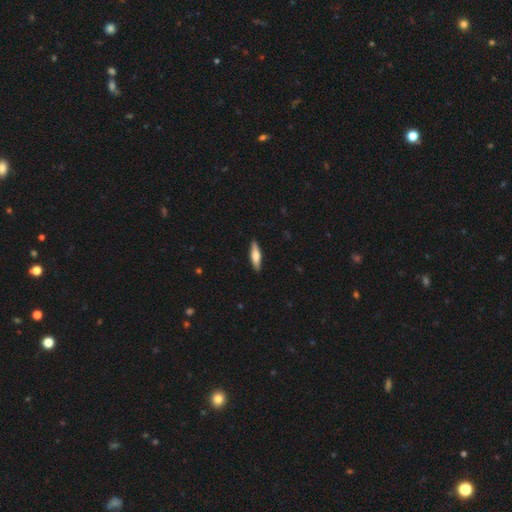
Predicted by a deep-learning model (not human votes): Overall: smooth (59%; featured or disk 35%). How rounded: cigar-shaped (66%; in between 32%). Merging: none (89%).